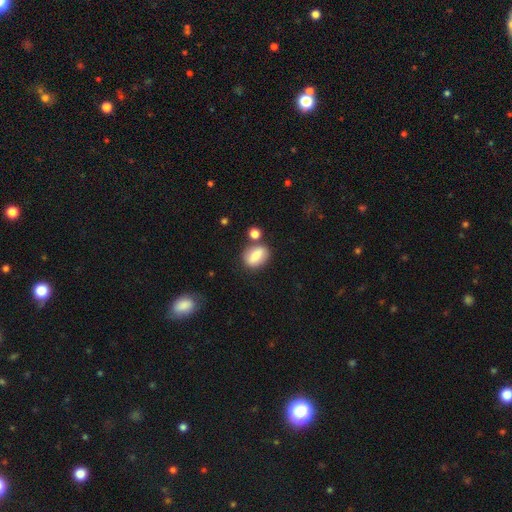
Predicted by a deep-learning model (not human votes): Q: Smooth or featured?
A: smooth (77%); runner-up: featured or disk (15%)
Q: How rounded?
A: in between (73%); runner-up: round (25%)
Q: Merging?
A: none (64%); runner-up: merger (18%)